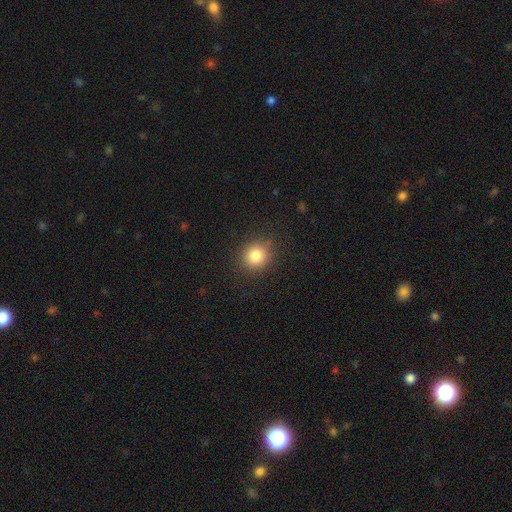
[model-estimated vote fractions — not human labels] Smooth or featured? Predicted: smooth (p=0.83). How rounded? Predicted: round (p=0.88). Merging? Predicted: none (p=0.88).